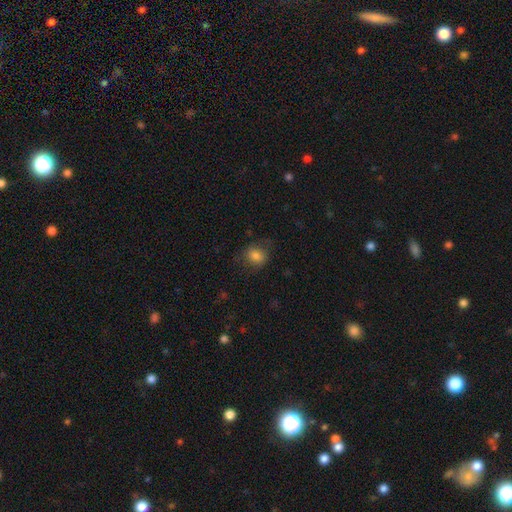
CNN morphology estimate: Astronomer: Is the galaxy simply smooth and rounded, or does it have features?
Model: smooth — 81%.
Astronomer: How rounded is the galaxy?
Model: round — 60% (runner-up: in between, 39%).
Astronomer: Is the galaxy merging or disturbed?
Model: none — 74%.